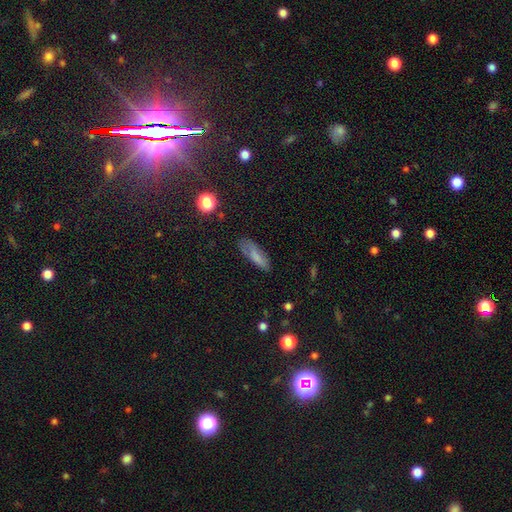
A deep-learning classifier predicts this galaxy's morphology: This appears to be a smooth galaxy with no disk features (74%) that is in between round and cigar-shaped (54%). Merging: none (67%).